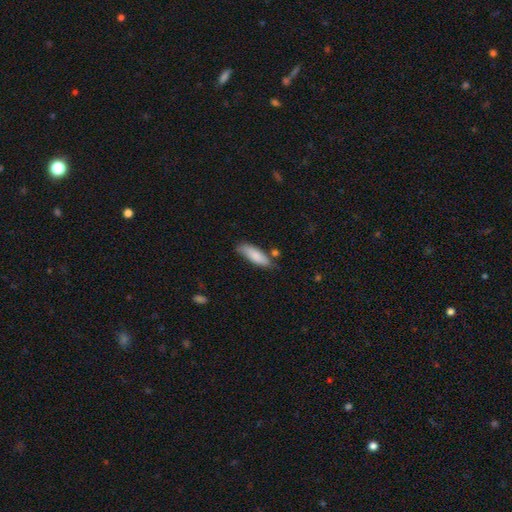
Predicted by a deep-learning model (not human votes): Smooth or featured?
  - smooth: 83% *
  - featured or disk: 12%
  - star or artifact: 6%
How rounded?
  - in between: 56% *
  - cigar-shaped: 43%
  - round: 2%
Merging?
  - none: 67% *
  - minor disturbance: 22%
  - merger: 6%
  - major disturbance: 4%